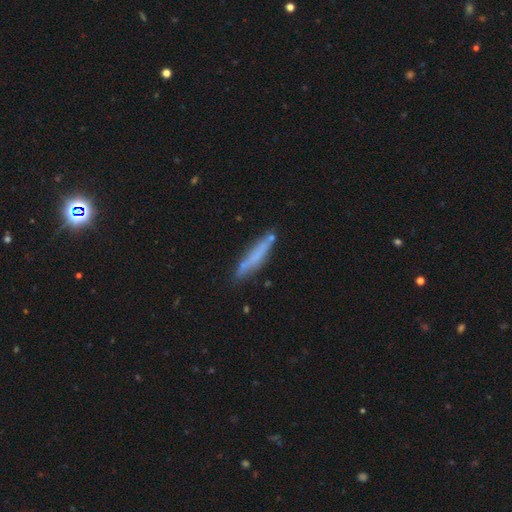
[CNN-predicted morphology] Overall: smooth (58%; featured or disk 34%). How rounded: cigar-shaped (91%). Merging: none (72%).